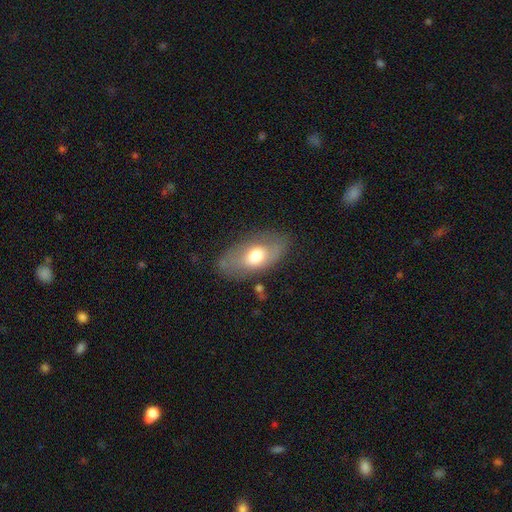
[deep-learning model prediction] Smooth or featured: smooth — 58% (featured or disk — 35%)
How rounded: in between — 91% (round — 5%)
Merging: none — 74% (minor disturbance — 17%)